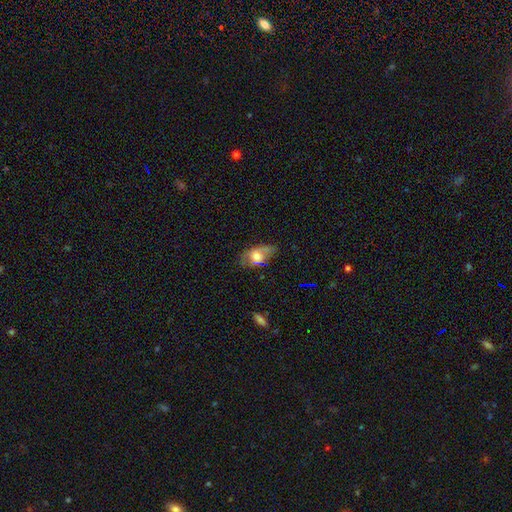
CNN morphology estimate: The model was most divided on "smooth or featured": smooth: 54%, featured or disk: 36%, star or artifact: 10%. More confident: how rounded — in between (85%); merging — none (58%).